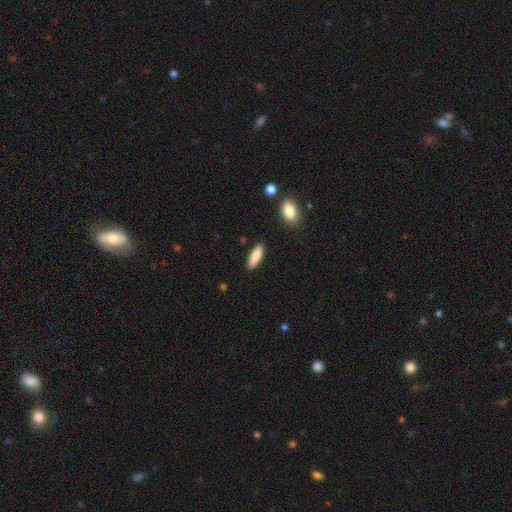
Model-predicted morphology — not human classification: Smooth or featured? Predicted: smooth (p=0.83). How rounded? Predicted: in between (p=0.56). Merging? Predicted: none (p=0.86).